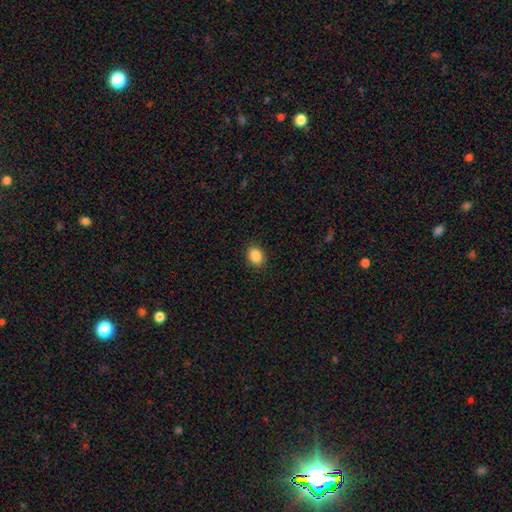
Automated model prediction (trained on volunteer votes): Morphology: type=smooth (88%); roundness=in between (59%); merging=none (89%).